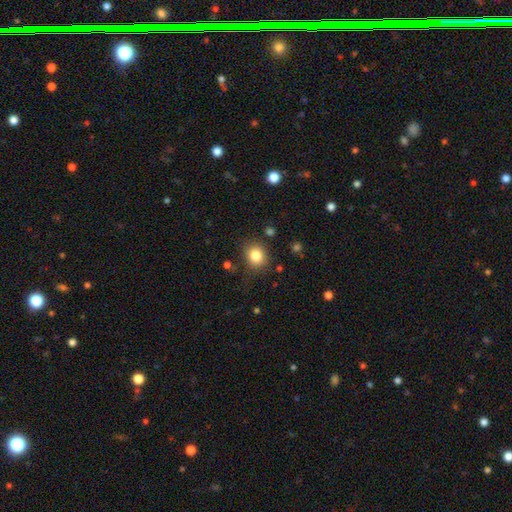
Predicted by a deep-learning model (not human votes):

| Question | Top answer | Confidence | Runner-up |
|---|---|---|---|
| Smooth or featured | smooth | 83% | star or artifact (11%) |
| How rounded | round | 74% | in between (25%) |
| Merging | none | 83% | minor disturbance (12%) |